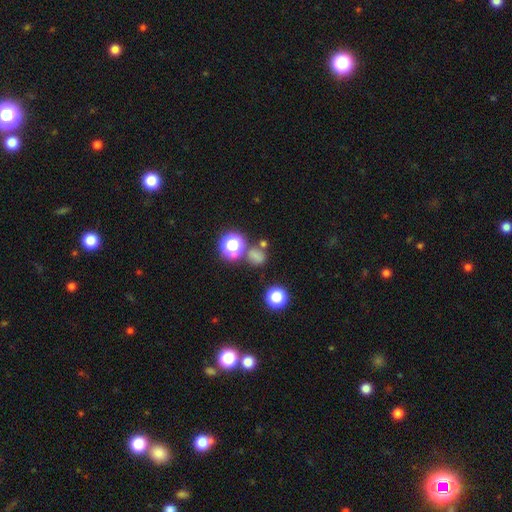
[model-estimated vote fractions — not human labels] Smooth or featured? smooth (62%)
How rounded? round (72%)
Merging? none (65%)